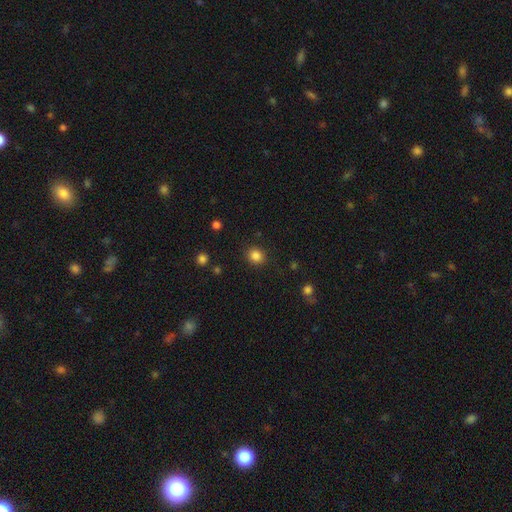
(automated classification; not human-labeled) Smooth or featured? smooth (85%)
How rounded? round (80%)
Merging? none (88%)